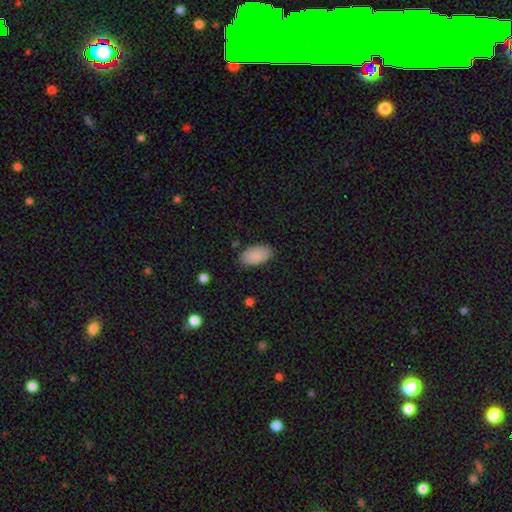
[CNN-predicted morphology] Smooth or featured: smooth — 89% (star or artifact — 6%)
How rounded: in between — 95% (round — 3%)
Merging: none — 85% (minor disturbance — 11%)